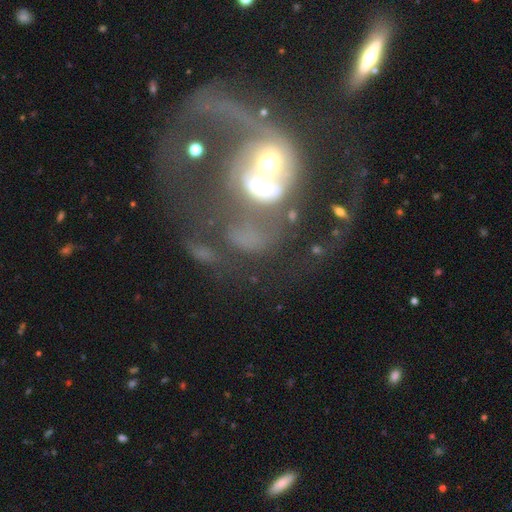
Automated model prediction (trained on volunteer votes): Overall: featured or disk (72%). Edge-on disk: no (97%). Bar: no (75%). Spiral arms: yes (57%; no 43%). Bulge size: moderate (58%; small 19%). Merging: merger (66%).